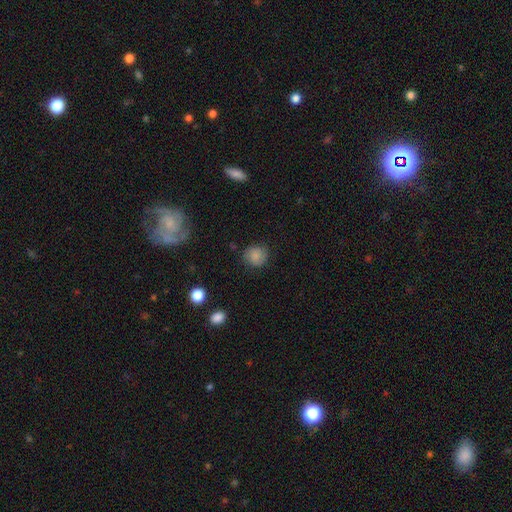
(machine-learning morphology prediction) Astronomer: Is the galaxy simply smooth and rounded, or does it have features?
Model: smooth — 83%.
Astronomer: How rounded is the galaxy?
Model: round — 84%.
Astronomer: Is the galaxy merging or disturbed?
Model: none — 80%.